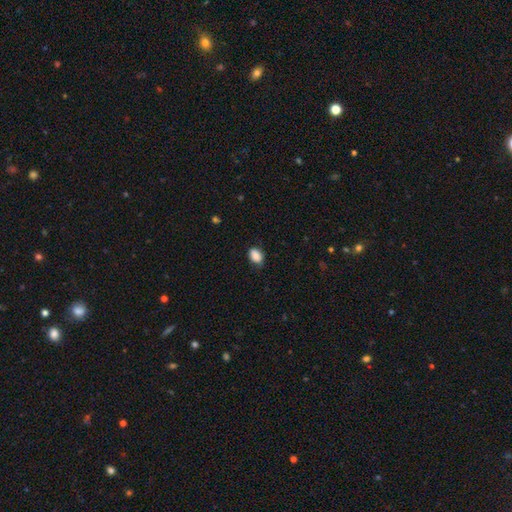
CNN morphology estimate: Smooth or featured: smooth — 85% (star or artifact — 8%)
How rounded: in between — 82% (round — 17%)
Merging: none — 74% (minor disturbance — 21%)